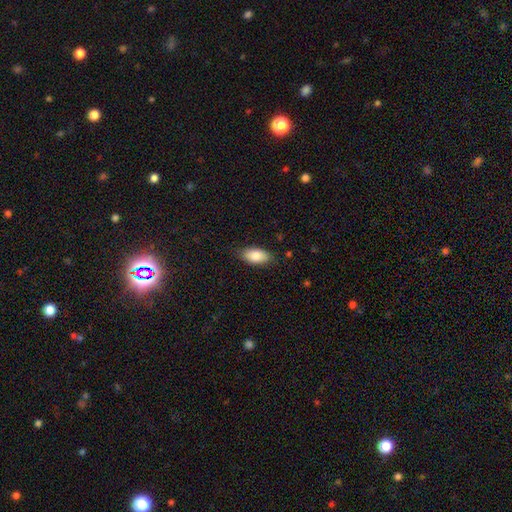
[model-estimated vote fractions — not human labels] Smooth or featured? Predicted: smooth (p=0.85). How rounded? Predicted: in between (p=0.92). Merging? Predicted: none (p=0.82).